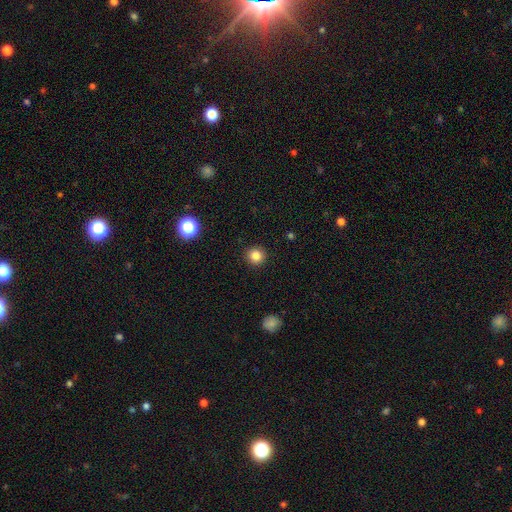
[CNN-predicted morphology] smooth_or_featured: smooth (p=0.83) [alt: star or artifact p=0.12]
how_rounded: round (p=0.94) [alt: in between p=0.05]
merging: none (p=0.92) [alt: minor disturbance p=0.05]